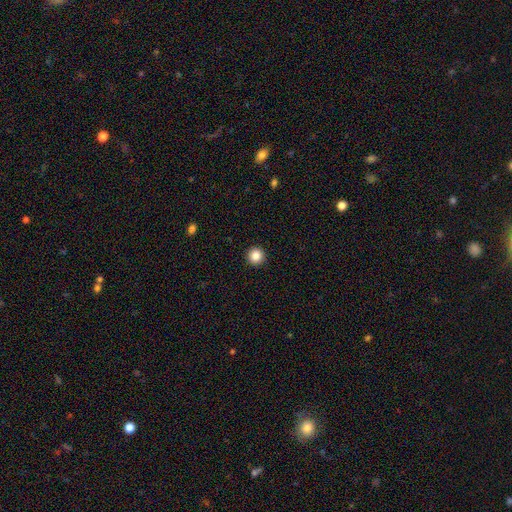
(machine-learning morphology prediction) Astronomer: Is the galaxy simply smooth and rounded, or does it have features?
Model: smooth — 85%.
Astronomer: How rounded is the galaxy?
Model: round — 96%.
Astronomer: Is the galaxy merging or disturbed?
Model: none — 94%.